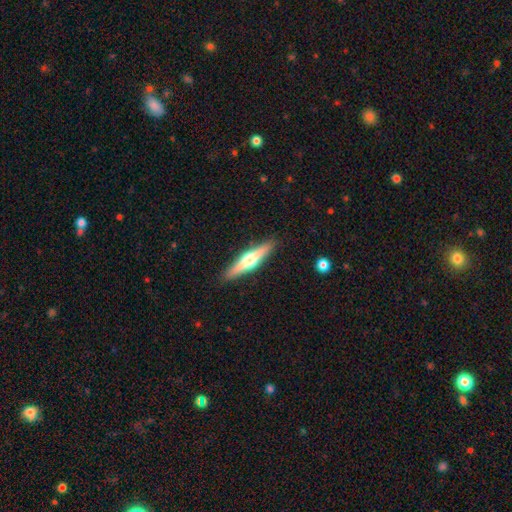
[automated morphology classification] Smooth or featured: featured or disk — 63% (smooth — 31%)
Edge-on disk: yes — 95% (no — 5%)
Edge-on bulge: rounded — 92% (boxy — 4%)
Merging: none — 91% (minor disturbance — 7%)